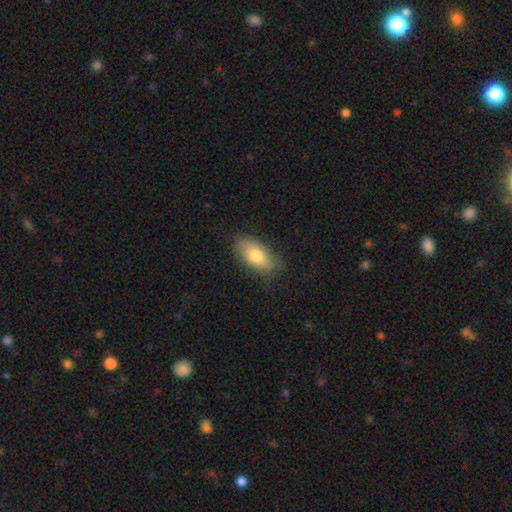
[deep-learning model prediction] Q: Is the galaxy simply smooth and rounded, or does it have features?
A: smooth — 77%.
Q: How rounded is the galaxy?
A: in between — 91%.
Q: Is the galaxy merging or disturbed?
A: none — 81%.